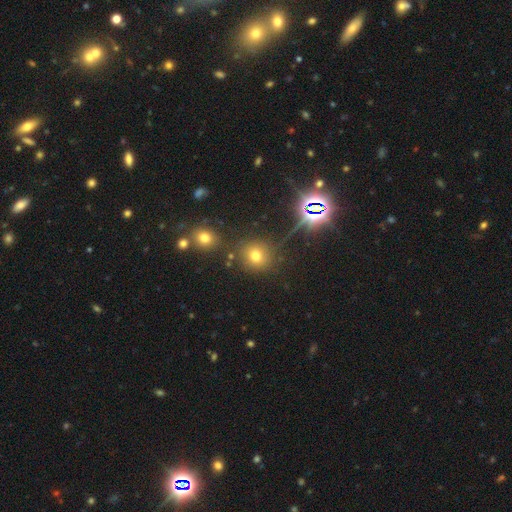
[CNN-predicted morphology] smooth-or-featured: smooth: 67% | star or artifact: 24% | featured or disk: 9%
  how-rounded: round: 88% | in between: 11% | cigar-shaped: 1%
  merging: none: 81% | minor disturbance: 9% | merger: 7% | major disturbance: 4%